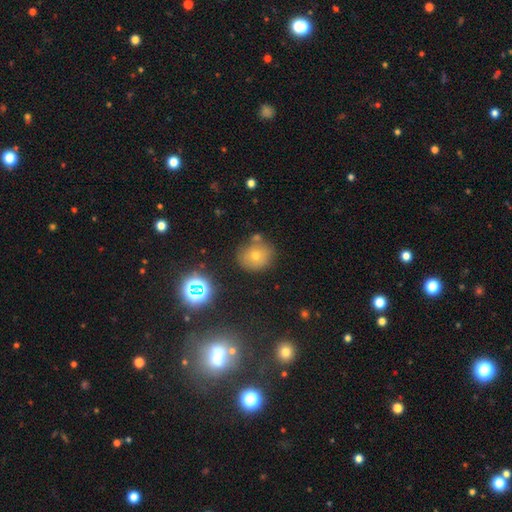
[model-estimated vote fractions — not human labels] Smooth or featured: smooth — 59% (star or artifact — 25%)
How rounded: round — 77% (in between — 22%)
Merging: none — 75% (minor disturbance — 12%)